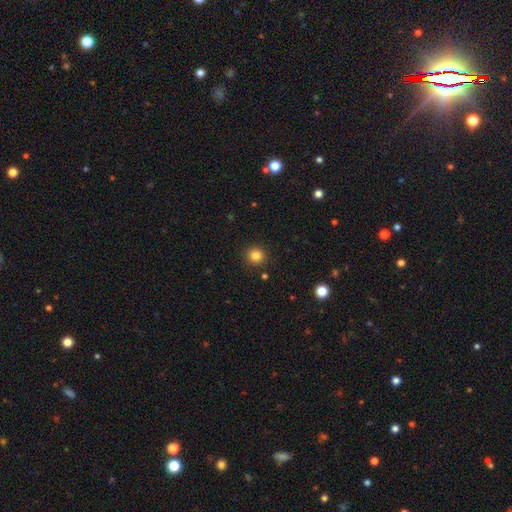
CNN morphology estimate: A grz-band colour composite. It shows a smooth galaxy with no disk features (83%) that is round (93%). Merging: none (91%).